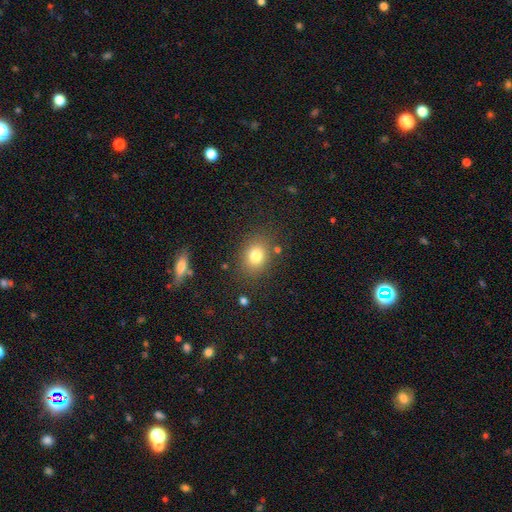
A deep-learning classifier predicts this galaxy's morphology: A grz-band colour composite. It shows a smooth galaxy with no disk features (79%) that is in between round and cigar-shaped (54%). Merging: none (80%).